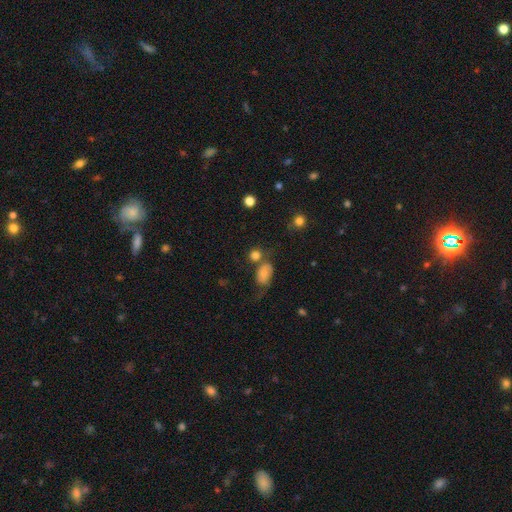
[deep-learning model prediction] smooth_or_featured: smooth (p=0.75) [alt: star or artifact p=0.13]
how_rounded: round (p=0.70) [alt: in between p=0.28]
merging: none (p=0.52) [alt: merger p=0.27]